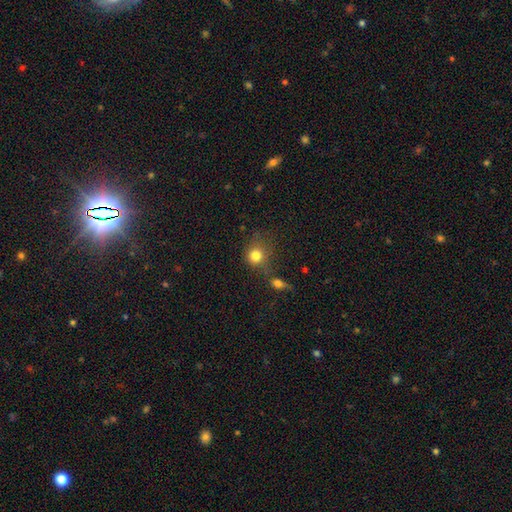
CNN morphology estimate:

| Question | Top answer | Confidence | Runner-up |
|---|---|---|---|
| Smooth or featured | smooth | 81% | star or artifact (11%) |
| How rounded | round | 83% | in between (16%) |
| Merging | none | 56% | merger (18%) |